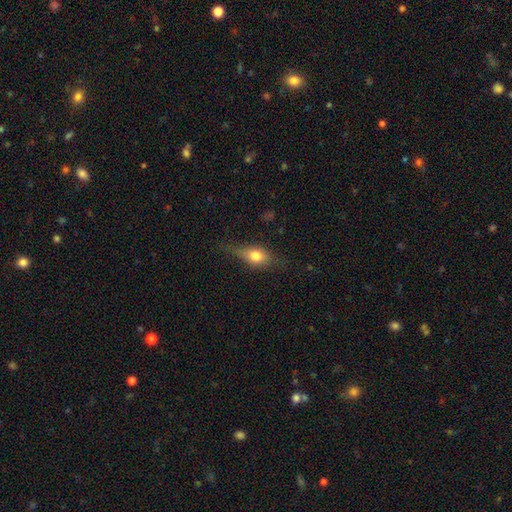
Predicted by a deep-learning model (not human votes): Smooth or featured?
  - smooth: 65% *
  - featured or disk: 25%
  - star or artifact: 10%
How rounded?
  - in between: 66% *
  - round: 17%
  - cigar-shaped: 16%
Merging?
  - none: 65% *
  - minor disturbance: 24%
  - major disturbance: 9%
  - merger: 2%